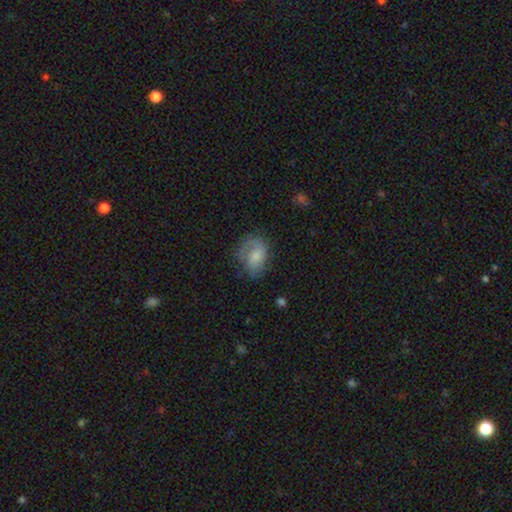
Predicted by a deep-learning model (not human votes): Morphology: type=smooth (47%); merging=none (50%).